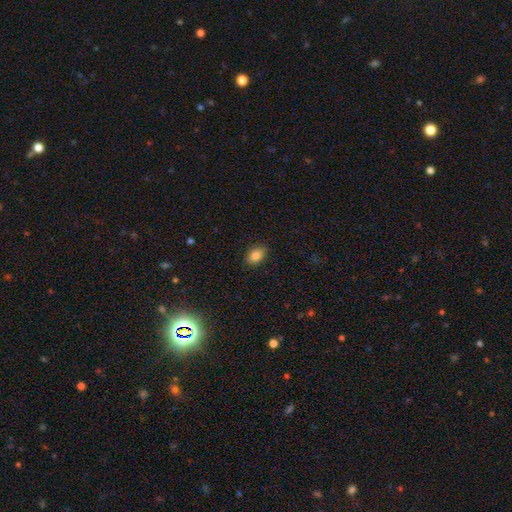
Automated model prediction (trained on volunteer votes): Smooth or featured? Predicted: smooth (p=0.84). How rounded? Predicted: in between (p=0.72). Merging? Predicted: none (p=0.86).